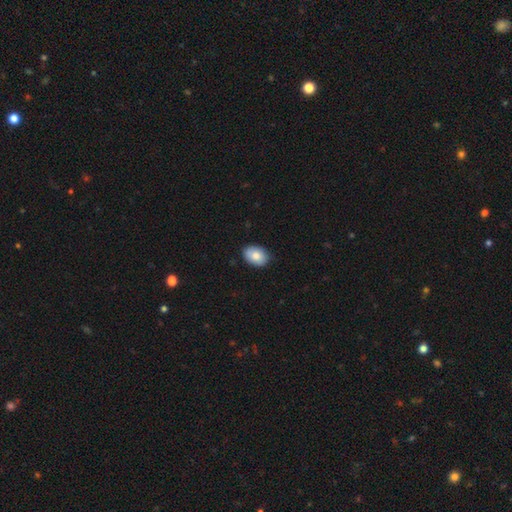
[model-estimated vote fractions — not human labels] The model was most divided on "how rounded": in between: 79%, round: 20%, cigar-shaped: 1%. More confident: merging — none (86%); smooth or featured — smooth (83%).